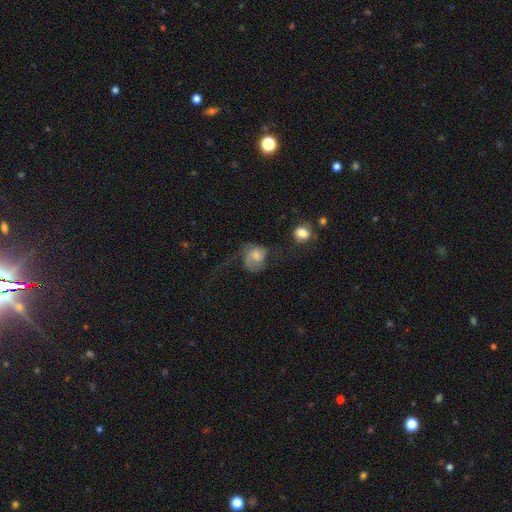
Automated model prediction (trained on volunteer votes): A featured or disk galaxy (50%). Merging: major disturbance (45%).